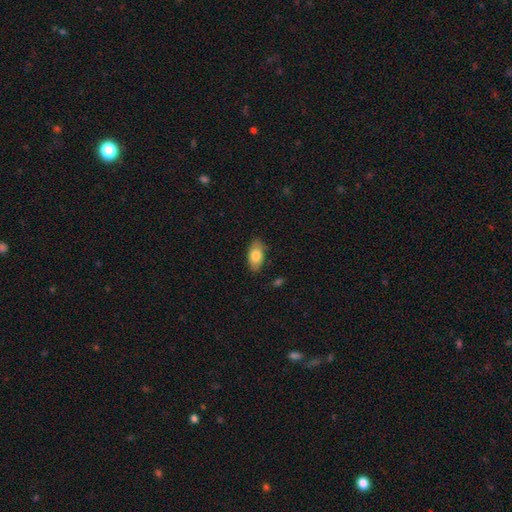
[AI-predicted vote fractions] A smooth galaxy with no disk features (79%) that is in between round and cigar-shaped (91%).

Vote fractions:
- Smooth or featured? smooth: 79% / featured or disk: 14% / star or artifact: 7%
- How rounded? in between: 91% / round: 5% / cigar-shaped: 4%
- Merging? none: 81% / minor disturbance: 15% / major disturbance: 3% / merger: 1%